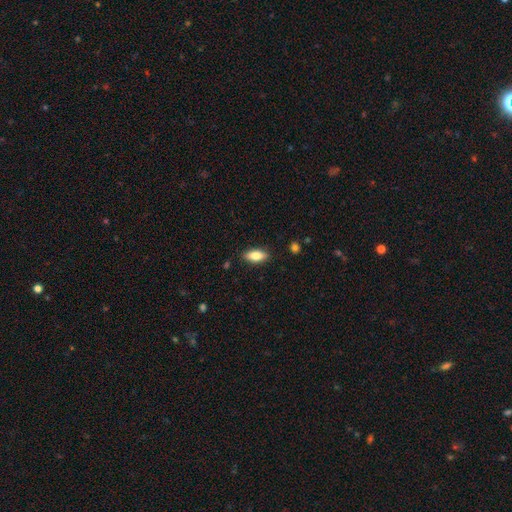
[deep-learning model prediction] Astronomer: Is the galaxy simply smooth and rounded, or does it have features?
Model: smooth — 78%.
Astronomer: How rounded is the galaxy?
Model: in between — 81%.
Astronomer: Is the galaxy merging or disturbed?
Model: none — 87%.